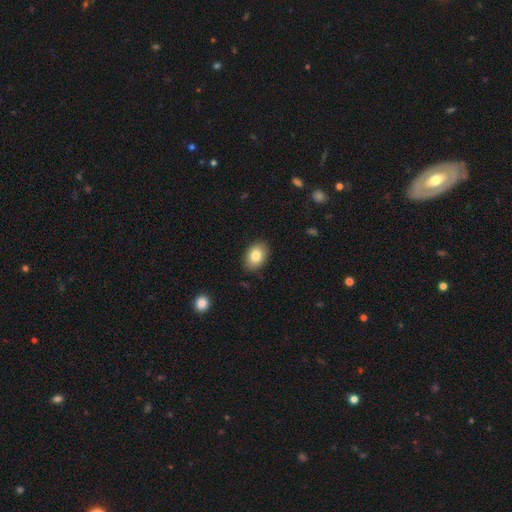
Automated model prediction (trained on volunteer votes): Overall: smooth (83%). How rounded: in between (81%). Merging: none (86%).